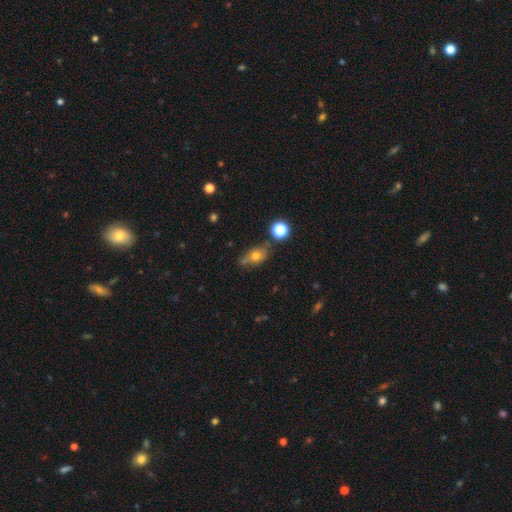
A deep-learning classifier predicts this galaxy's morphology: smooth-or-featured: smooth: 69% | featured or disk: 18% | star or artifact: 13%
  how-rounded: in between: 67% | round: 28% | cigar-shaped: 5%
  merging: none: 61% | minor disturbance: 22% | merger: 11% | major disturbance: 6%